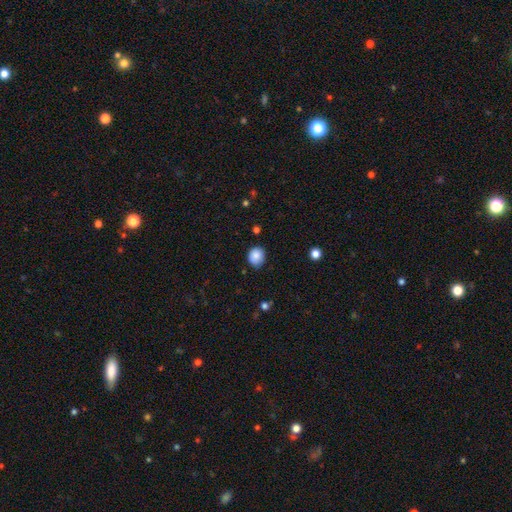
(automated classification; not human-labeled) This is clearly a smooth galaxy (86%). How rounded: likely round (72%). Merging: clearly none (83%).